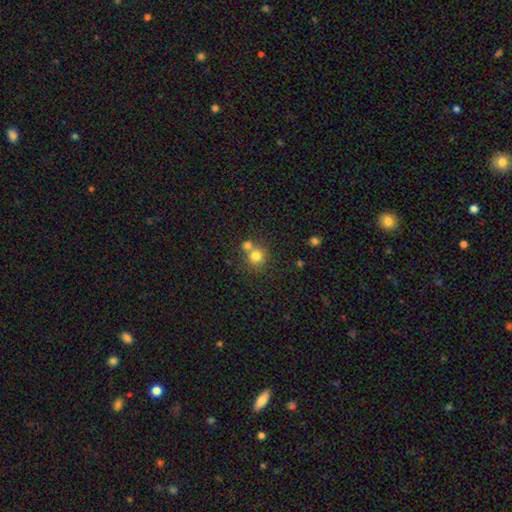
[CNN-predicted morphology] The model was most divided on "merging": none: 52%, merger: 39%, minor disturbance: 7%, major disturbance: 3%. More confident: how rounded — round (89%); smooth or featured — smooth (78%).